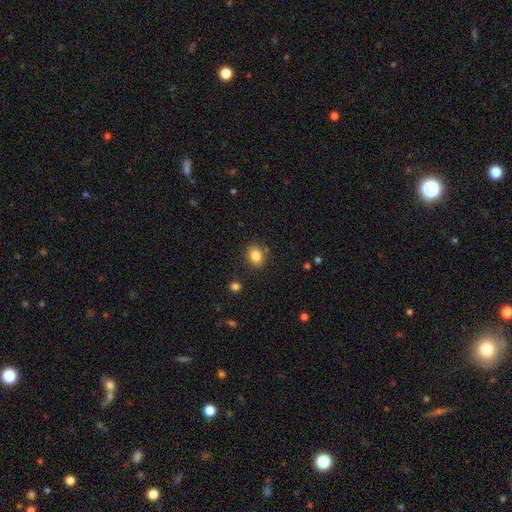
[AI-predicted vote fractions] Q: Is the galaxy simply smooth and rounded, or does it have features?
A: smooth — 84%.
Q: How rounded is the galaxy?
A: round — 56%.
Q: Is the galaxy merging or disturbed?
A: none — 83%.